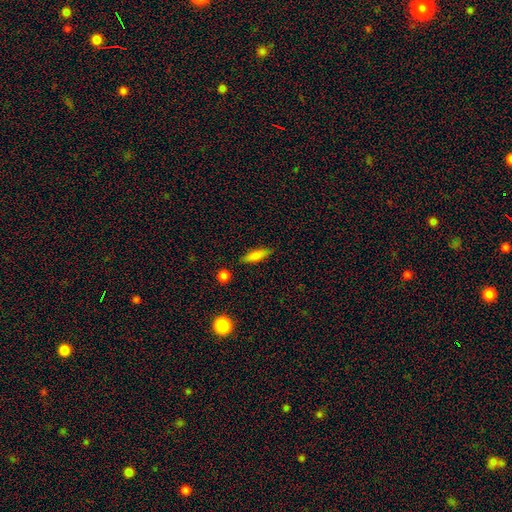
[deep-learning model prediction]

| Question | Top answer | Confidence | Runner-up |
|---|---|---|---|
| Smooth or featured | smooth | 79% | featured or disk (13%) |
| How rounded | cigar-shaped | 51% | in between (46%) |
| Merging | none | 82% | minor disturbance (12%) |